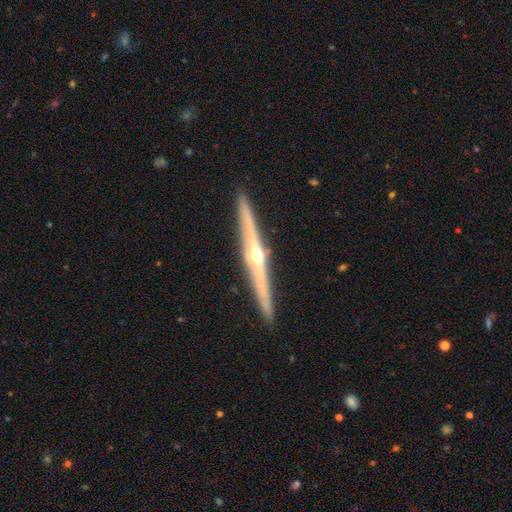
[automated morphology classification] A featured or disk galaxy (81%) viewed edge-on (98%) with a rounded central bulge (93%).

Vote fractions:
- Smooth or featured? featured or disk: 81% / smooth: 14% / star or artifact: 5%
- Edge-on disk? yes: 98% / no: 2%
- Edge-on bulge? rounded: 93% / none: 5% / boxy: 2%
- Merging? none: 92% / minor disturbance: 6% / major disturbance: 1% / merger: 1%